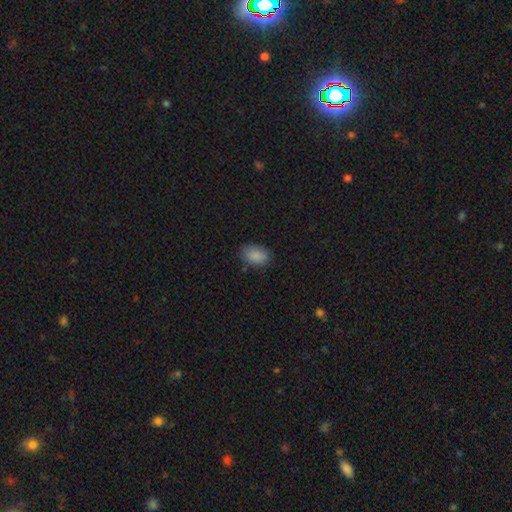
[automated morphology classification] Smooth or featured?
  - smooth: 88% *
  - star or artifact: 8%
  - featured or disk: 4%
How rounded?
  - in between: 87% *
  - round: 11%
  - cigar-shaped: 1%
Merging?
  - none: 81% *
  - minor disturbance: 14%
  - major disturbance: 3%
  - merger: 1%